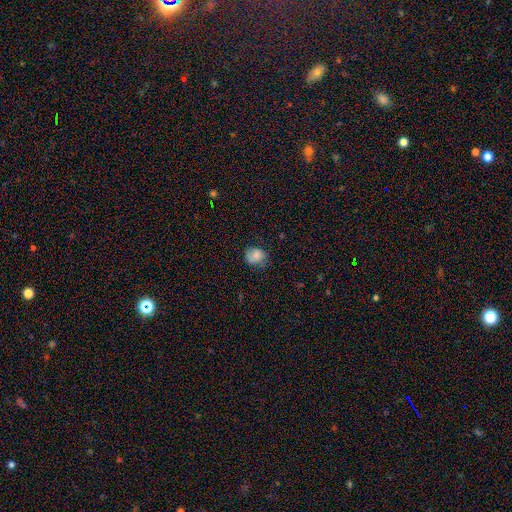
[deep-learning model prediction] Overall: smooth (72%). How rounded: round (64%; in between 35%). Merging: none (61%; minor disturbance 27%).